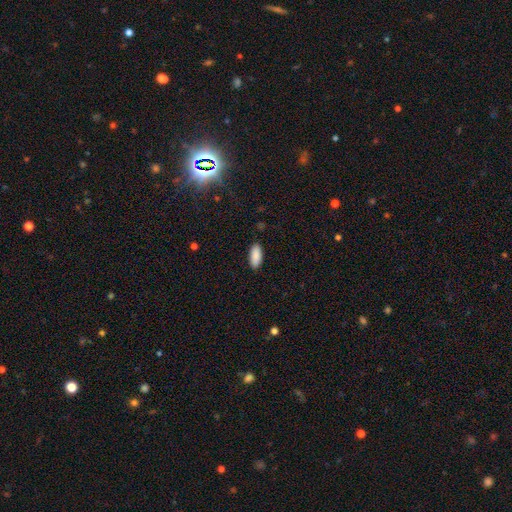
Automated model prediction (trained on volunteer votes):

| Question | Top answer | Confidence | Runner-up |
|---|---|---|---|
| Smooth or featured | smooth | 90% | star or artifact (6%) |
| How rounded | in between | 86% | cigar-shaped (13%) |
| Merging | none | 89% | minor disturbance (8%) |